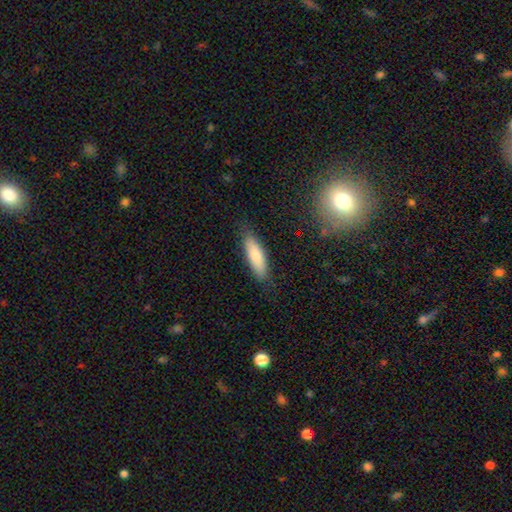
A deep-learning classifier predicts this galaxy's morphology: The model was most divided on "how rounded": cigar-shaped: 54%, in between: 44%, round: 2%. More confident: merging — none (84%); smooth or featured — smooth (79%).